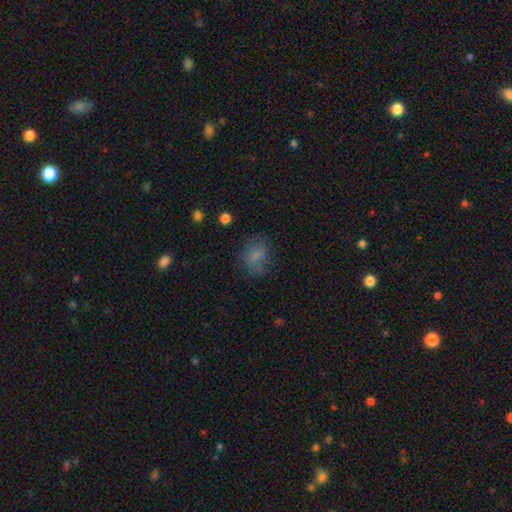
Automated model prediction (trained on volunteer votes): This appears to be a smooth galaxy with no disk features (75%) that is in between round and cigar-shaped (53%). Merging: none (66%).